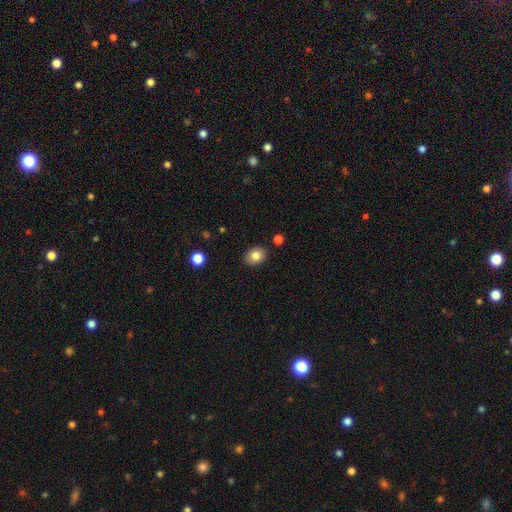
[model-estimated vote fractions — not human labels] A smooth galaxy with no disk features (83%) that is in between round and cigar-shaped (52%). Merging: none (87%).